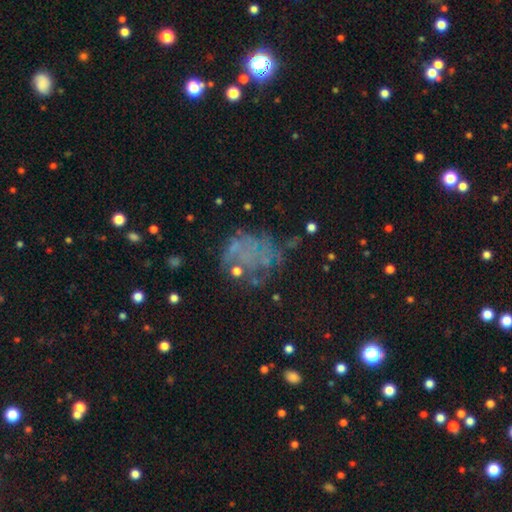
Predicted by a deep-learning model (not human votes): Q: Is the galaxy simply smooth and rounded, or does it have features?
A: star or artifact — 38%.